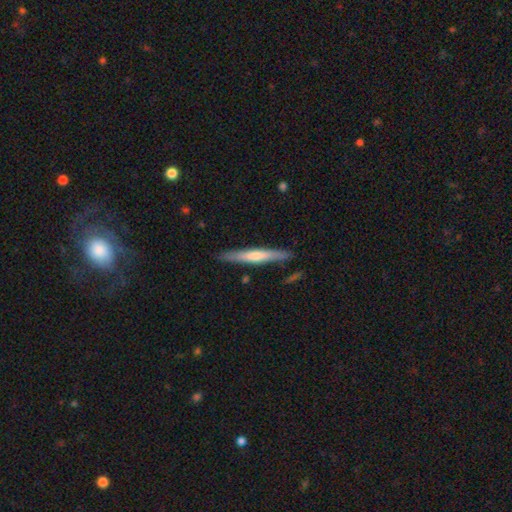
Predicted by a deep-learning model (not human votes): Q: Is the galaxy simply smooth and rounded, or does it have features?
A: smooth — 49%.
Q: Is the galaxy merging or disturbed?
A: none — 87%.